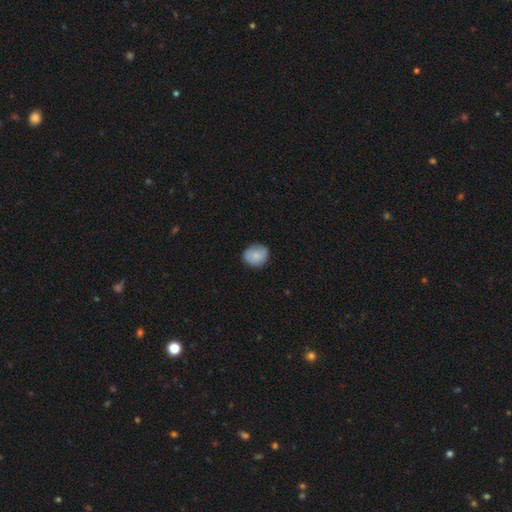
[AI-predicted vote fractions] Smooth or featured: smooth — 84% (featured or disk — 9%)
How rounded: round — 75% (in between — 24%)
Merging: none — 80% (minor disturbance — 16%)